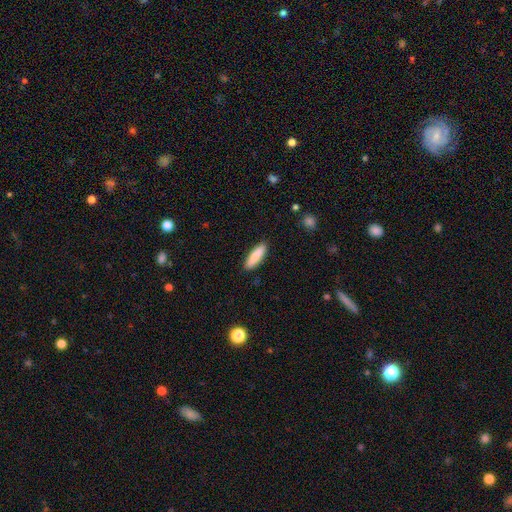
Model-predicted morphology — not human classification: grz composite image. It shows a smooth galaxy with no disk features (87%) that is cigar-shaped (63%). Merging: none (89%).